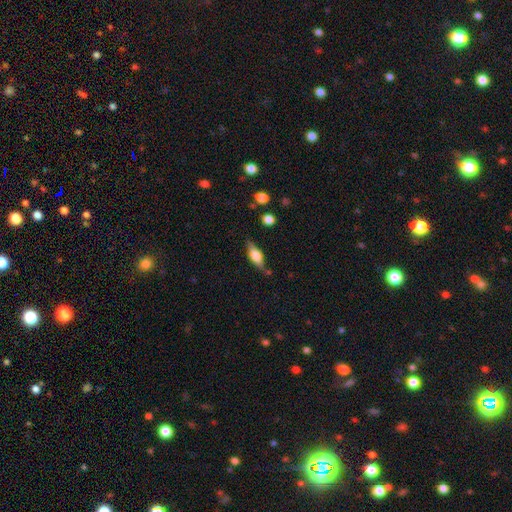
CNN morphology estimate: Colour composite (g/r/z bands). It shows a smooth galaxy with no disk features (49%). Merging: none (75%).